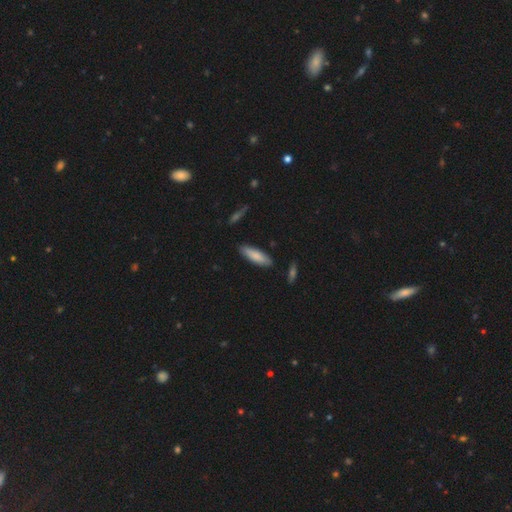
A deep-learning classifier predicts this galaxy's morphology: Smooth or featured? Predicted: smooth (p=0.82). How rounded? Predicted: cigar-shaped (p=0.55). Merging? Predicted: none (p=0.85).